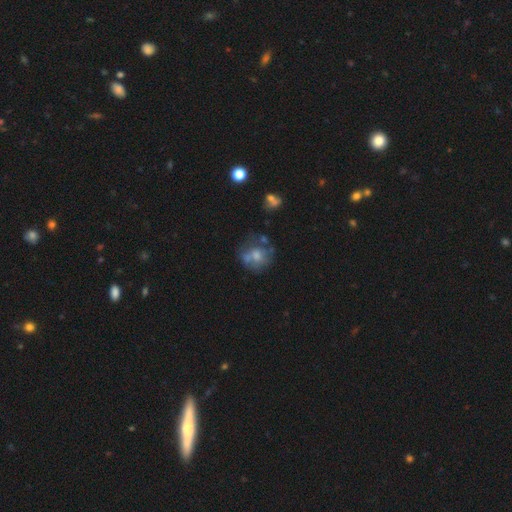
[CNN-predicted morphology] This is possibly a smooth galaxy (49%). Merging: possibly none (46%).